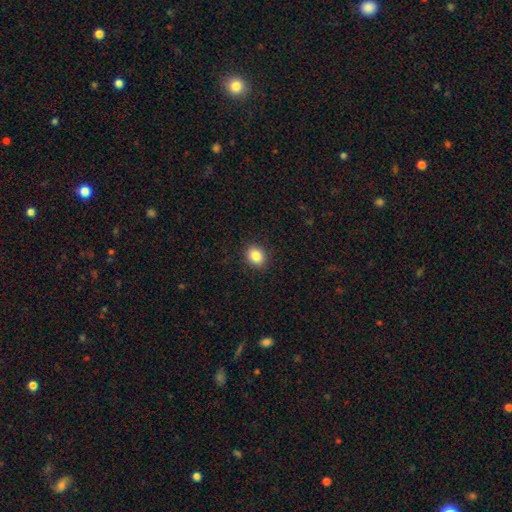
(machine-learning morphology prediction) smooth-or-featured: smooth: 86% | star or artifact: 9% | featured or disk: 5%
  how-rounded: in between: 51% | round: 48% | cigar-shaped: 1%
  merging: none: 90% | minor disturbance: 7% | major disturbance: 2% | merger: 1%